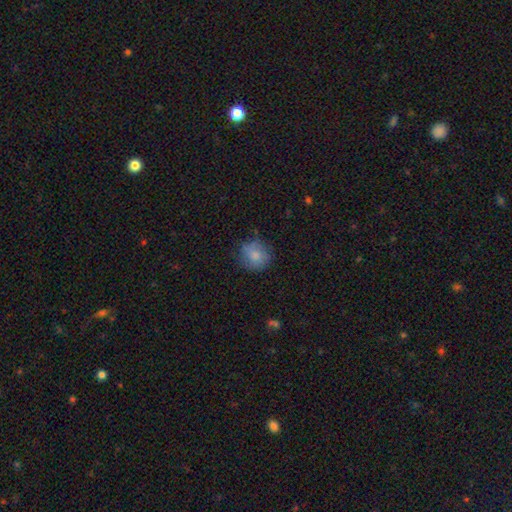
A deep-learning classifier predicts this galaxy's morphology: Smooth or featured?
  - smooth: 81% *
  - featured or disk: 11%
  - star or artifact: 9%
How rounded?
  - round: 87% *
  - in between: 12%
  - cigar-shaped: 1%
Merging?
  - none: 72% *
  - minor disturbance: 21%
  - major disturbance: 6%
  - merger: 2%